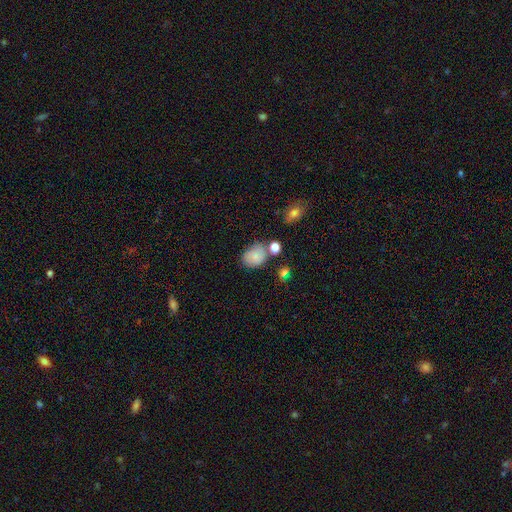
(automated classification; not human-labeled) Smooth or featured: smooth — 73% (featured or disk — 16%)
How rounded: in between — 60% (round — 39%)
Merging: none — 59% (minor disturbance — 22%)